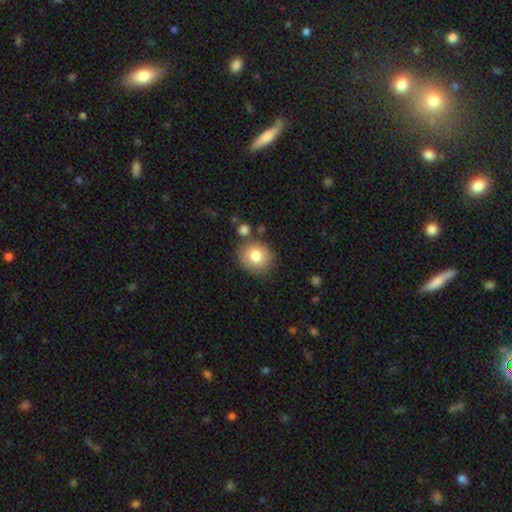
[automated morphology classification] type=smooth (79%); roundness=round (80%); merging=none (75%).